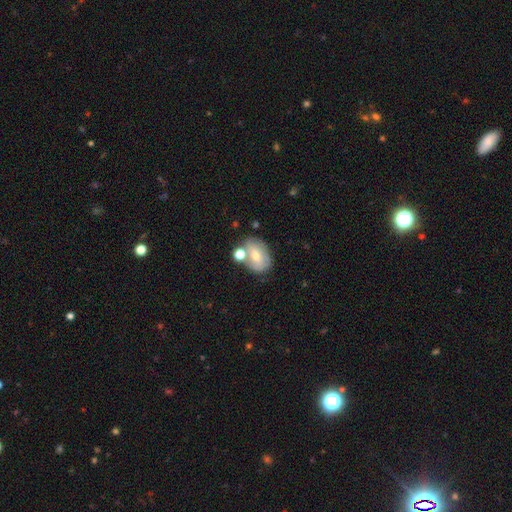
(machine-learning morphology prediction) A smooth galaxy with no disk features (53%) that is in between round and cigar-shaped (70%). Merging: none (50%).